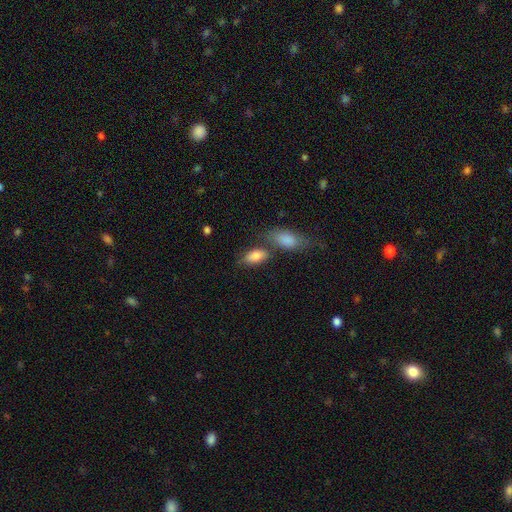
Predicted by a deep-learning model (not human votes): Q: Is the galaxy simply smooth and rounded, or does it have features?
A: smooth — 85%.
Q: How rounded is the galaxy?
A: in between — 90%.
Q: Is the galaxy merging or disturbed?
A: none — 55%.